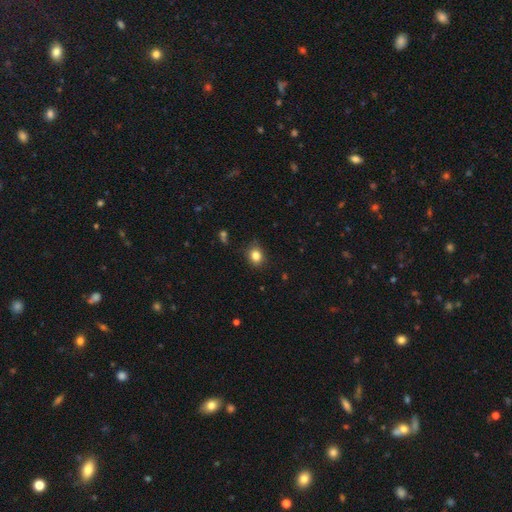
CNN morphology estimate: Overall: smooth (83%). How rounded: round (60%; in between 39%). Merging: none (81%).